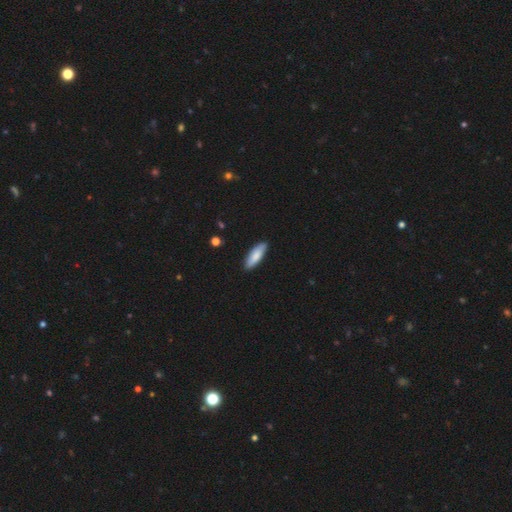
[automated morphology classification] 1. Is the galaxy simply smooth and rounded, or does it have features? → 83% smooth, 12% featured or disk, 5% star or artifact.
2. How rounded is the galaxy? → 55% in between, 44% cigar-shaped, 2% round.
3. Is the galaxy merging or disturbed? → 88% none, 9% minor disturbance, 2% major disturbance, 1% merger.